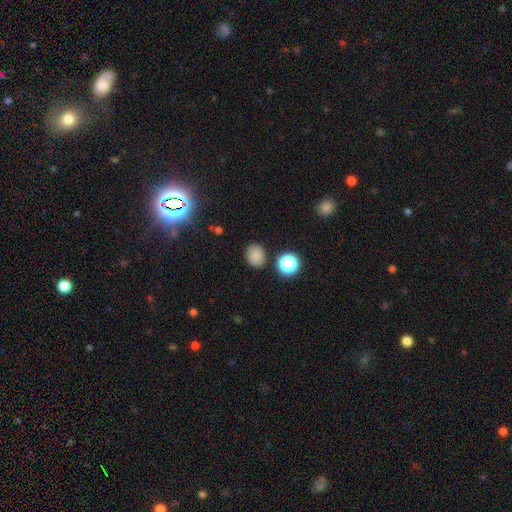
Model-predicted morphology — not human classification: Smooth or featured? Predicted: smooth (p=0.80). How rounded? Predicted: round (p=0.62). Merging? Predicted: none (p=0.82).